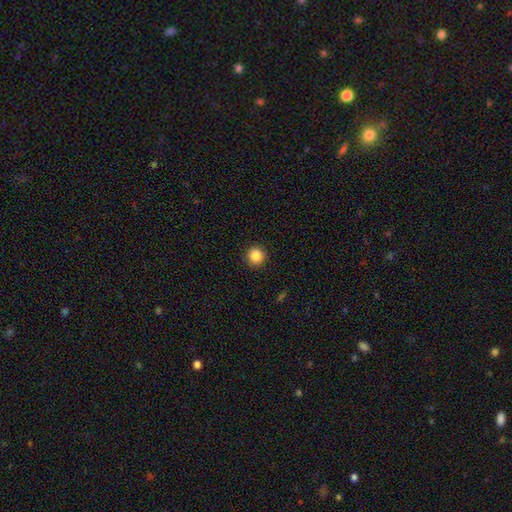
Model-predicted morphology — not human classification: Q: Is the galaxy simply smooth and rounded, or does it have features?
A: smooth — 86%.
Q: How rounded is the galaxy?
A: round — 94%.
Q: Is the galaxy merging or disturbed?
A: none — 92%.